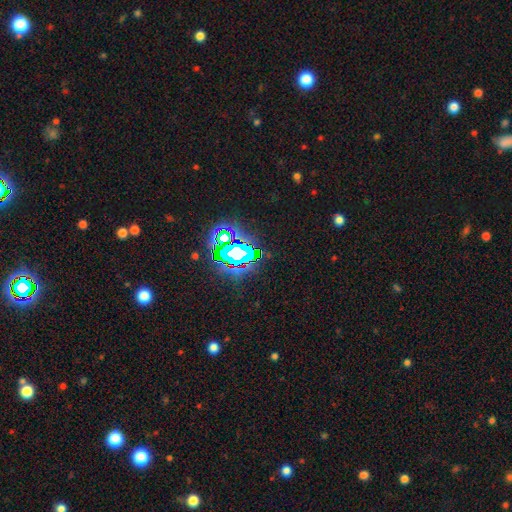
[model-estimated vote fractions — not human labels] Overall: star or artifact (83%).